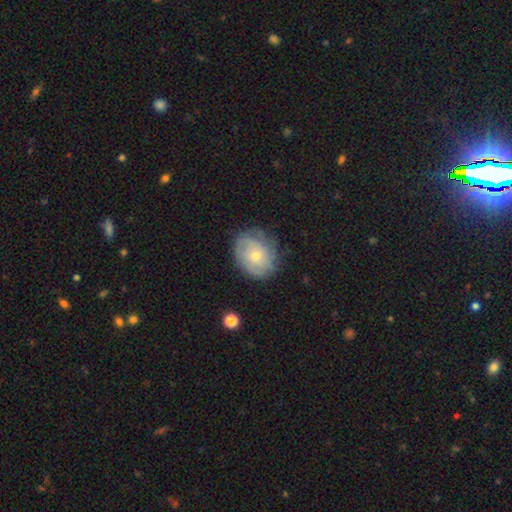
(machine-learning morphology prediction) type=featured or disk (55%); edge-on=no (96%); bar=no (84%); spiral arms=yes (74%); bulge=small (53%); merging=none (73%).